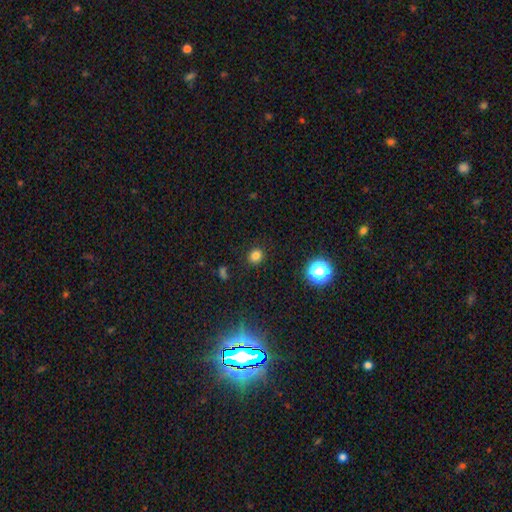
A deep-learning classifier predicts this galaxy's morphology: Smooth or featured? Predicted: smooth (p=0.79). How rounded? Predicted: round (p=0.83). Merging? Predicted: none (p=0.89).